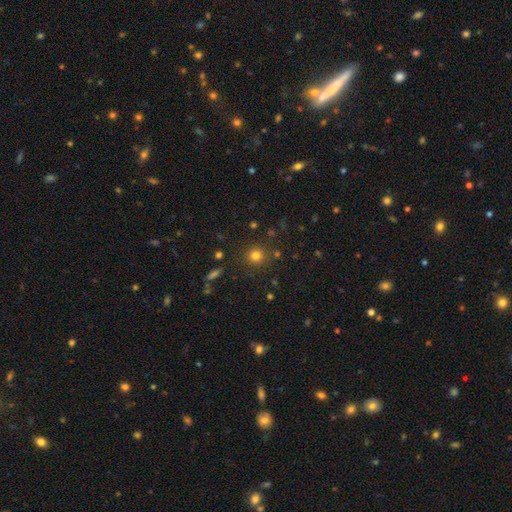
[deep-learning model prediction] Smooth or featured? Predicted: smooth (p=0.77). How rounded? Predicted: round (p=0.92). Merging? Predicted: none (p=0.86).